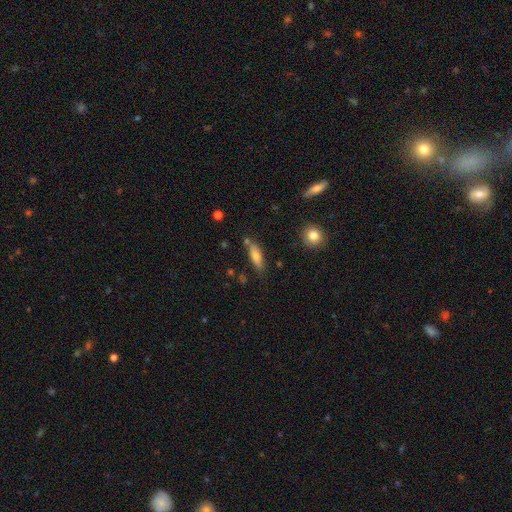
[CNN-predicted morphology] Smooth or featured?
  - smooth: 72% *
  - featured or disk: 20%
  - star or artifact: 8%
How rounded?
  - in between: 52% *
  - cigar-shaped: 45%
  - round: 3%
Merging?
  - none: 69% *
  - minor disturbance: 18%
  - merger: 8%
  - major disturbance: 4%